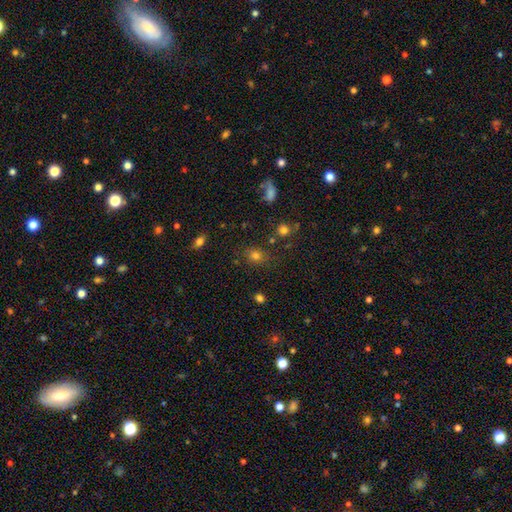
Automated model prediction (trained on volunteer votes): Overall: smooth (74%). How rounded: round (64%; in between 34%). Merging: none (78%).